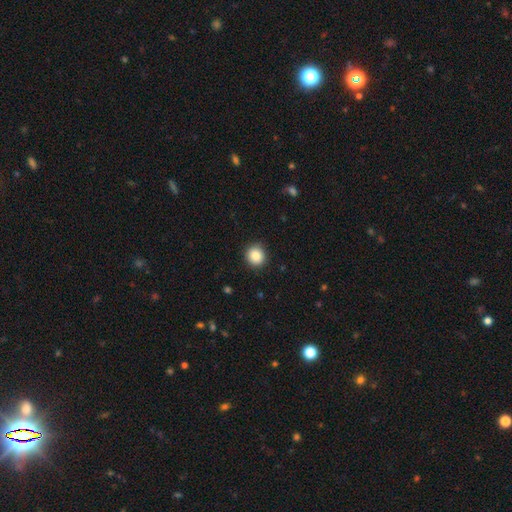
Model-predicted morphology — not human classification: Smooth or featured? Predicted: smooth (p=0.85). How rounded? Predicted: round (p=0.90). Merging? Predicted: none (p=0.90).